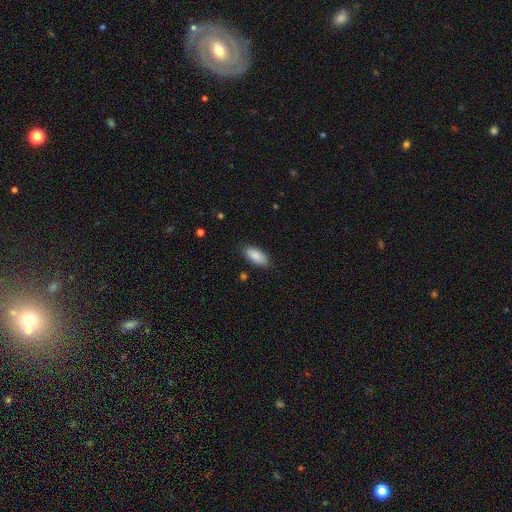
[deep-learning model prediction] The model was most divided on "merging": none: 85%, minor disturbance: 11%, major disturbance: 2%, merger: 1%. More confident: how rounded — in between (88%); smooth or featured — smooth (88%).